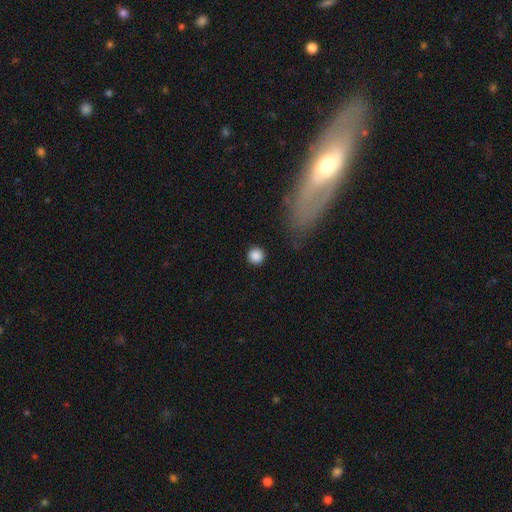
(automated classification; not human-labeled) Smooth or featured?
  - smooth: 87% *
  - star or artifact: 9%
  - featured or disk: 3%
How rounded?
  - round: 95% *
  - in between: 4%
  - cigar-shaped: 1%
Merging?
  - none: 90% *
  - minor disturbance: 6%
  - major disturbance: 2%
  - merger: 2%